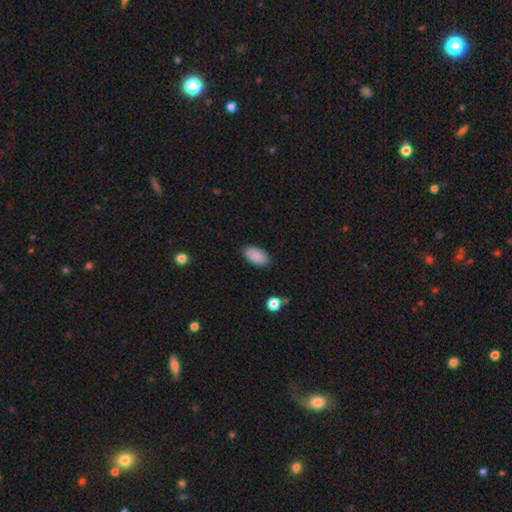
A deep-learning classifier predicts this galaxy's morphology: The model was most divided on "merging": none: 86%, minor disturbance: 10%, major disturbance: 2%, merger: 1%. More confident: how rounded — in between (94%); smooth or featured — smooth (89%).